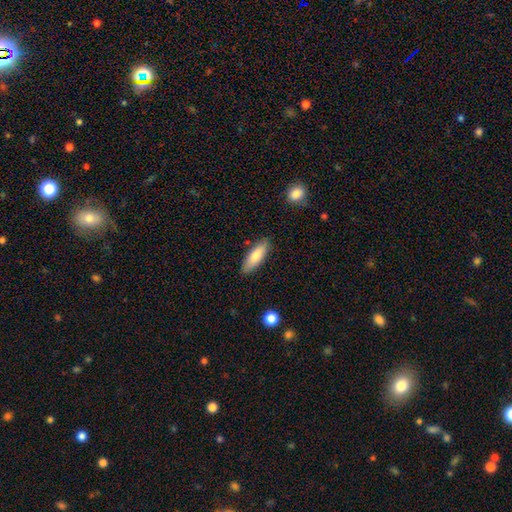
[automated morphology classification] This appears to be a smooth galaxy with no disk features (76%) that is in between round and cigar-shaped (53%). Merging: none (86%).